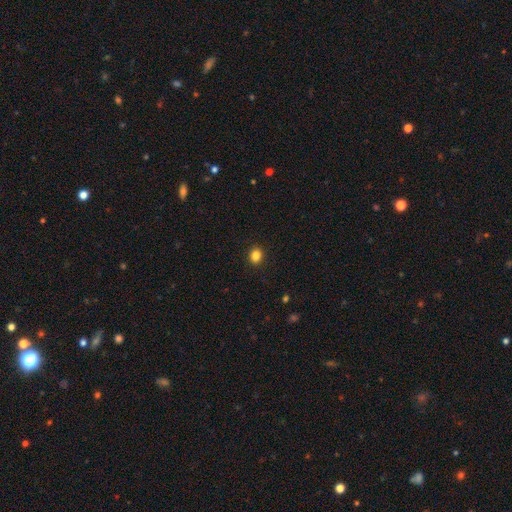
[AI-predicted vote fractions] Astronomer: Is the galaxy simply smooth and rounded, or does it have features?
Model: smooth — 85%.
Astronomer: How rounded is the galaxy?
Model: round — 60% (runner-up: in between, 39%).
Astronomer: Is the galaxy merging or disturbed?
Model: none — 91%.